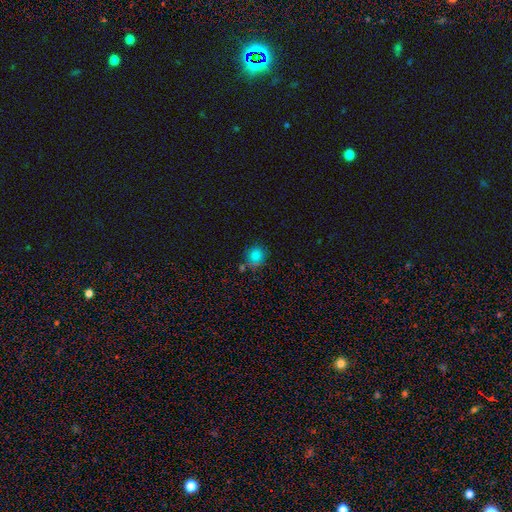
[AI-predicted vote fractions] This is clearly a smooth galaxy (81%). How rounded: clearly round (85%). Merging: likely none (67%).